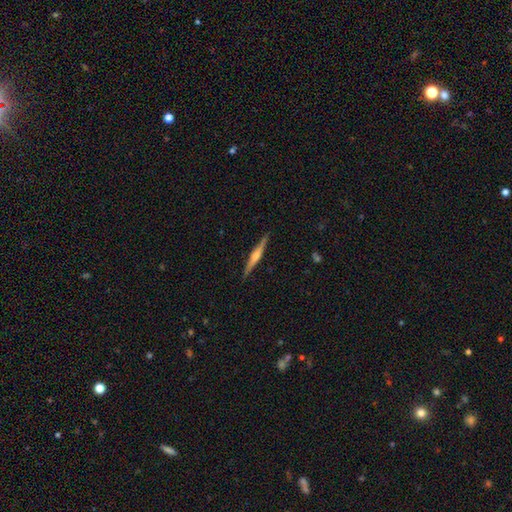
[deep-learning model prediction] Smooth or featured: featured or disk — 70% (smooth — 24%)
Edge-on disk: yes — 98% (no — 2%)
Edge-on bulge: rounded — 74% (boxy — 16%)
Merging: none — 90% (minor disturbance — 8%)